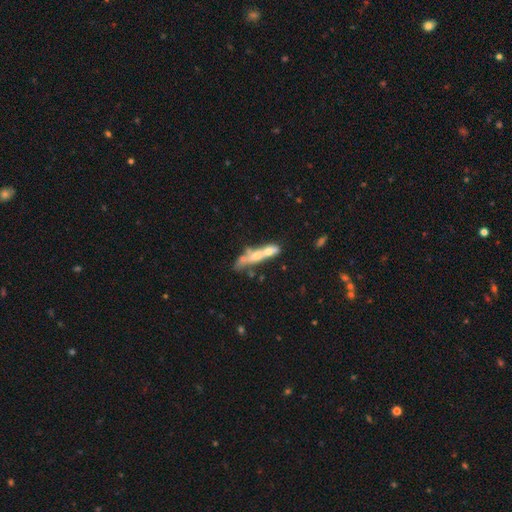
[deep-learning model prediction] smooth_or_featured: featured or disk (p=0.45) [tied with: smooth p=0.45]
merging: merger (p=0.49) [alt: none p=0.26]